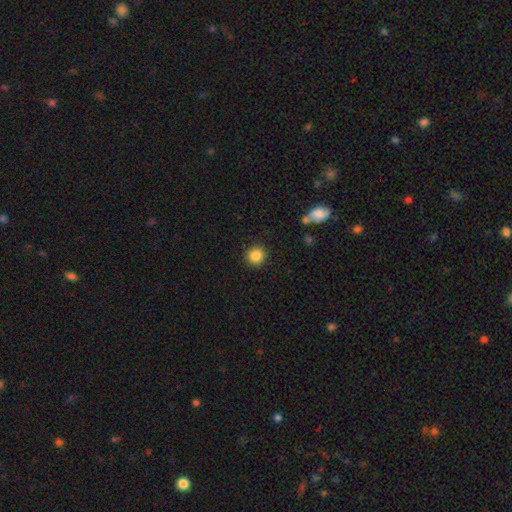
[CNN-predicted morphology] Smooth or featured?
  - smooth: 86% *
  - star or artifact: 10%
  - featured or disk: 4%
How rounded?
  - round: 92% *
  - in between: 7%
  - cigar-shaped: 1%
Merging?
  - none: 91% *
  - minor disturbance: 6%
  - major disturbance: 2%
  - merger: 2%